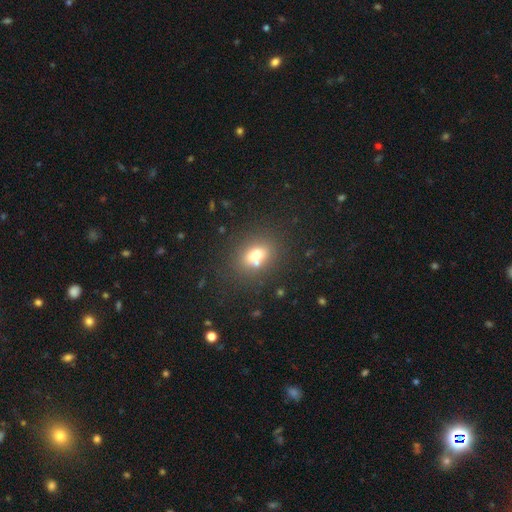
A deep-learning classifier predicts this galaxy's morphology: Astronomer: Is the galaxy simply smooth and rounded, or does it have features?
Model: smooth — 69%.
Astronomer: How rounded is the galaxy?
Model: in between — 52% (runner-up: round, 47%).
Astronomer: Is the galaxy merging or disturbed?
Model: none — 65%.